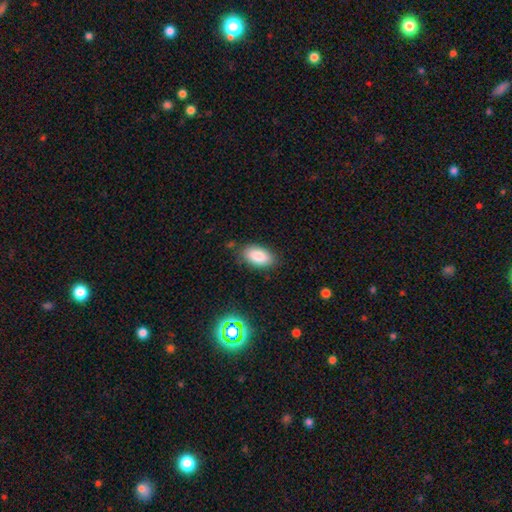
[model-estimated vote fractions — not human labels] Morphology: type=smooth (86%); roundness=in between (94%); merging=none (83%).